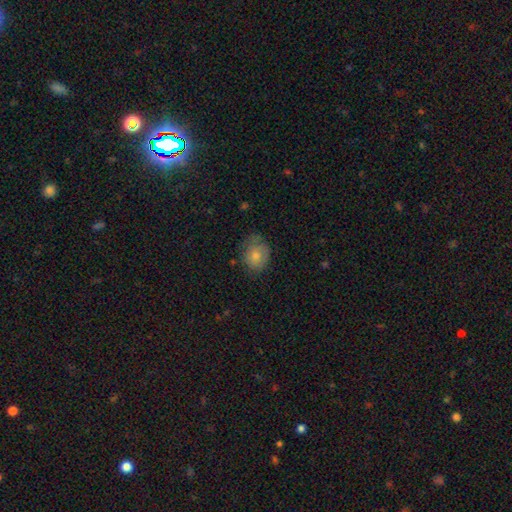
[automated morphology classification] smooth_or_featured: smooth (p=0.77) [alt: featured or disk p=0.14]
how_rounded: round (p=0.57) [alt: in between p=0.42]
merging: none (p=0.60) [alt: minor disturbance p=0.29]